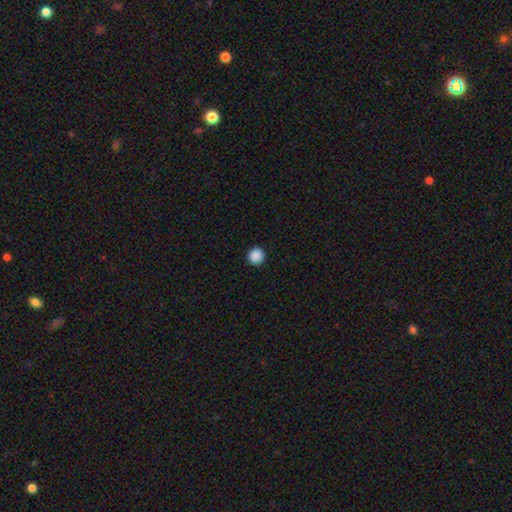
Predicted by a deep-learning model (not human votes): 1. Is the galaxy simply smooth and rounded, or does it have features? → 89% smooth, 9% star or artifact, 2% featured or disk.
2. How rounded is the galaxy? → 95% round, 4% in between, 1% cigar-shaped.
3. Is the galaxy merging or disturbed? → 93% none, 4% minor disturbance, 2% major disturbance, 1% merger.